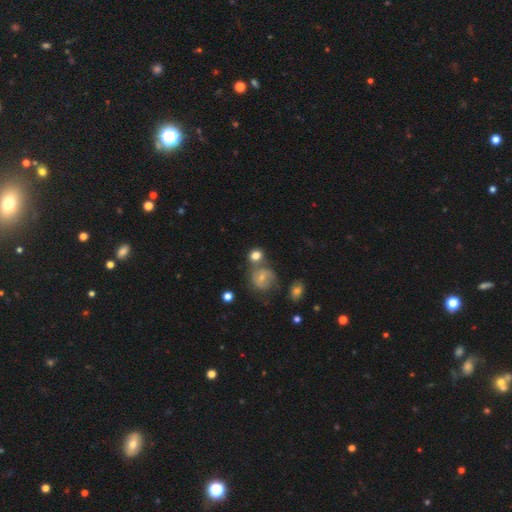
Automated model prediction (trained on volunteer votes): Smooth or featured?
  - smooth: 73% *
  - featured or disk: 16%
  - star or artifact: 11%
How rounded?
  - round: 78% *
  - in between: 20%
  - cigar-shaped: 1%
Merging?
  - none: 55% *
  - merger: 28%
  - minor disturbance: 12%
  - major disturbance: 5%